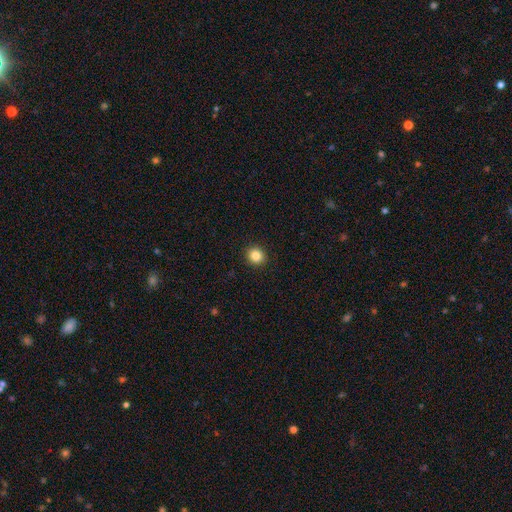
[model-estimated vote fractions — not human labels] A smooth galaxy with no disk features (85%) that is round (89%).

Vote fractions:
- Smooth or featured? smooth: 85% / star or artifact: 11% / featured or disk: 5%
- How rounded? round: 89% / in between: 10% / cigar-shaped: 1%
- Merging? none: 93% / minor disturbance: 5% / major disturbance: 2% / merger: 1%